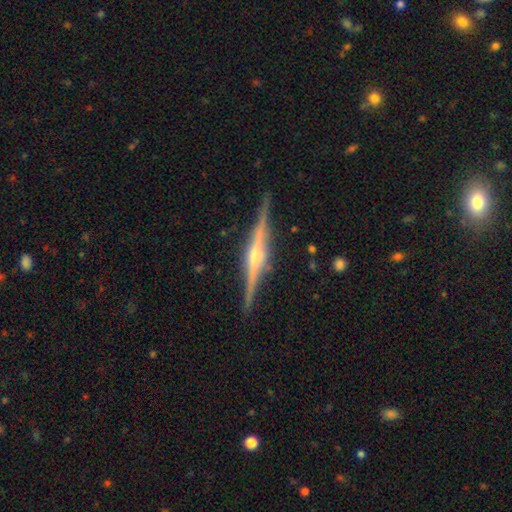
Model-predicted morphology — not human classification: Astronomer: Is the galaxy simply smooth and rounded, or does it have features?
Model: featured or disk — 86%.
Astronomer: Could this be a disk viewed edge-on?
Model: yes — 98%.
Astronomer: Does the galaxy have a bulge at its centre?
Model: rounded — 78%.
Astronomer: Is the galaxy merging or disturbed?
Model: none — 90%.